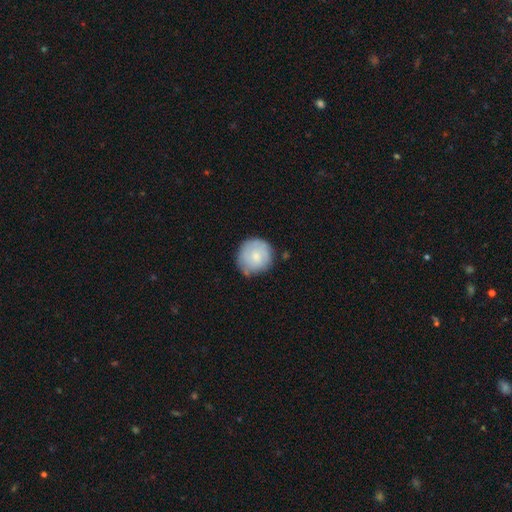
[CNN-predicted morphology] Smooth or featured: smooth — 67% (featured or disk — 26%)
How rounded: round — 92% (in between — 7%)
Merging: none — 74% (minor disturbance — 19%)